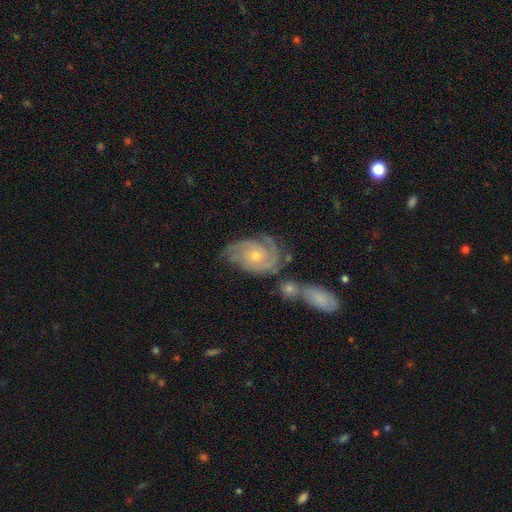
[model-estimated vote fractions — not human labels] Smooth or featured? featured or disk (85%)
Edge-on disk? no (96%)
Bar? no (76%)
Spiral arms? yes (96%)
Spiral winding? tight (69%)
Spiral arm count? 3 (31%)
Bulge size? small (56%)
Merging? none (50%)